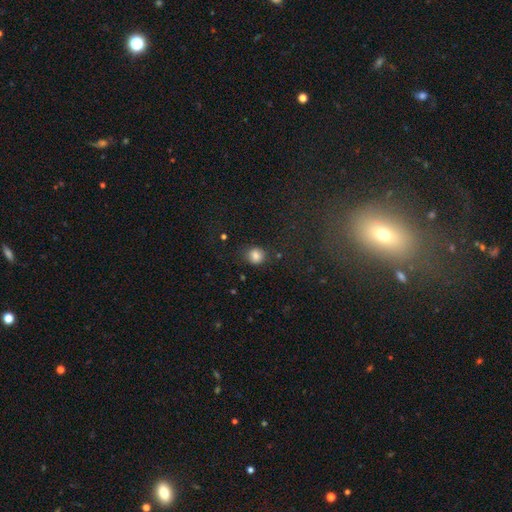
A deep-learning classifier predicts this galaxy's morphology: Smooth or featured?
  - smooth: 82% *
  - star or artifact: 12%
  - featured or disk: 6%
How rounded?
  - round: 80% *
  - in between: 19%
  - cigar-shaped: 1%
Merging?
  - none: 79% *
  - minor disturbance: 14%
  - major disturbance: 4%
  - merger: 2%